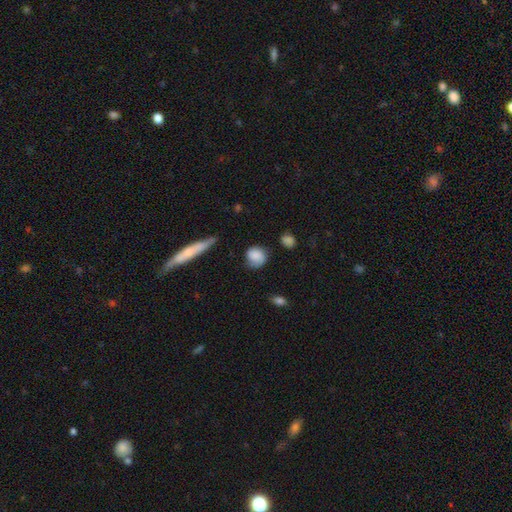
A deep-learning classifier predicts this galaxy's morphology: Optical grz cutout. It shows a smooth galaxy with no disk features (75%) that is round (77%). Merging: none (61%).